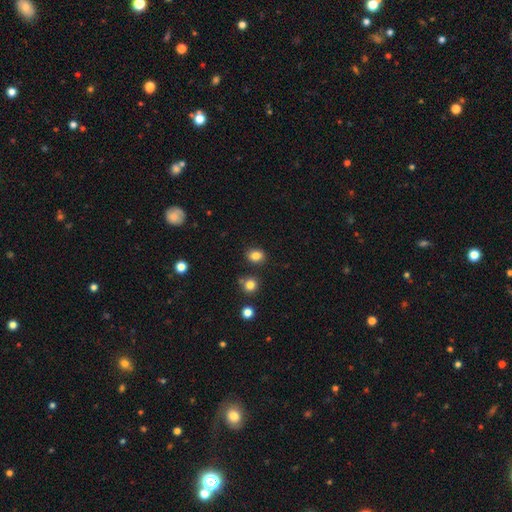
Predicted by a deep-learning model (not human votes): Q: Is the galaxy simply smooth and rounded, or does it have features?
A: smooth — 83%.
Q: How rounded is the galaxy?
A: round — 55%.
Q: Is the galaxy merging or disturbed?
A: none — 83%.